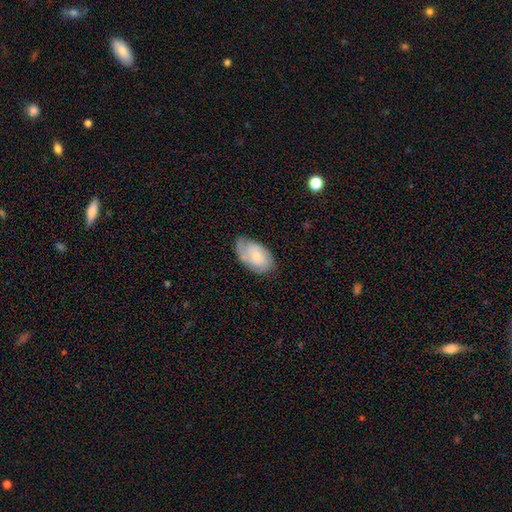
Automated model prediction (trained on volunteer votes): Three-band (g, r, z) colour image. It shows a featured or disk galaxy (55%) with no bar (73%), spiral arms (87%) and a small central bulge (57%). Merging: none (66%).